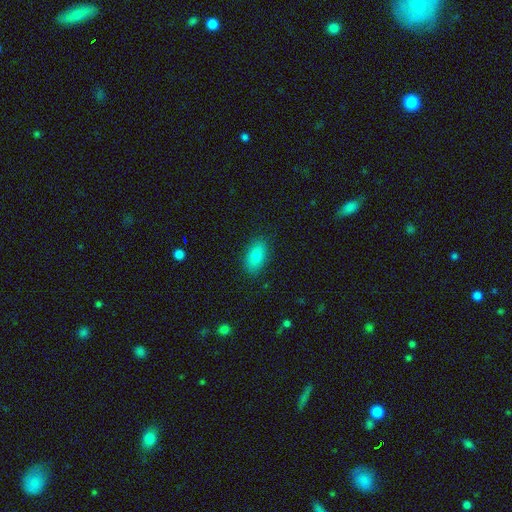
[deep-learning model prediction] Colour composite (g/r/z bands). It shows a smooth galaxy with no disk features (80%) that is in between round and cigar-shaped (89%). Merging: none (87%).